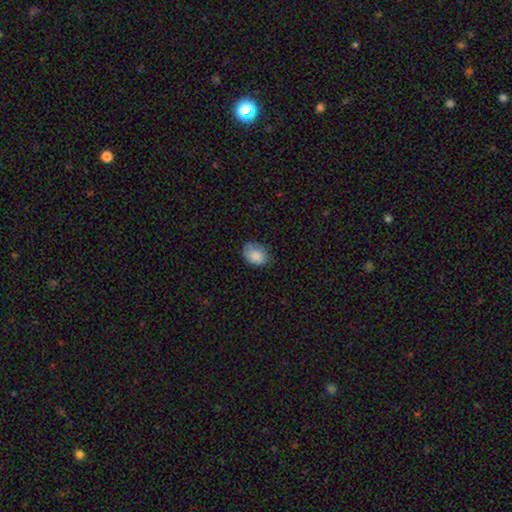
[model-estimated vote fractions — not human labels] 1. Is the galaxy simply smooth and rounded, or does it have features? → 86% smooth, 8% star or artifact, 7% featured or disk.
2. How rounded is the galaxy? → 69% in between, 30% round, 1% cigar-shaped.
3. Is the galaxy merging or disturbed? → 64% none, 28% minor disturbance, 7% major disturbance, 1% merger.